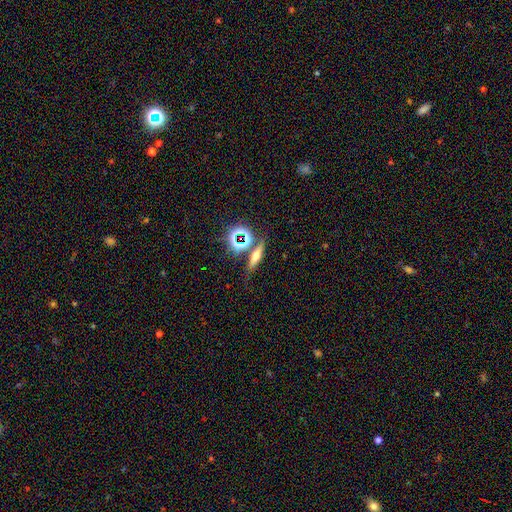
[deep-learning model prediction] smooth-or-featured: featured or disk: 40% | smooth: 36% | star or artifact: 24%
  merging: none: 74% | merger: 11% | minor disturbance: 11% | major disturbance: 4%